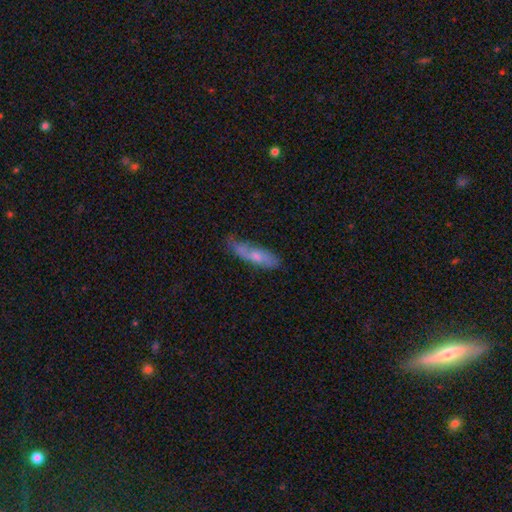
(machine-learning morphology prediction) A smooth galaxy with no disk features (53%) that is cigar-shaped (60%). Merging: none (60%).